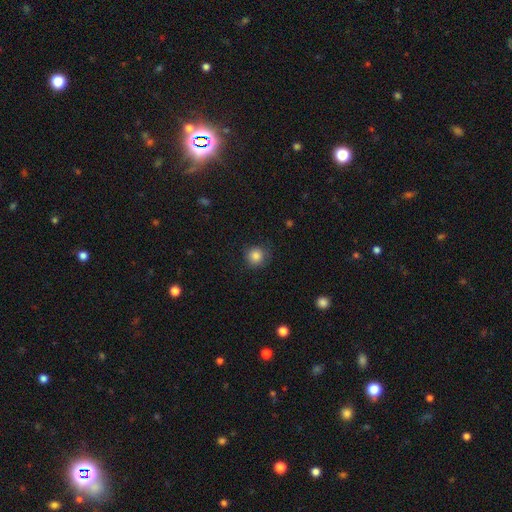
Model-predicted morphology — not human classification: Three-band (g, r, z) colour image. It shows a smooth galaxy with no disk features (84%) that is round (91%). Merging: none (80%).